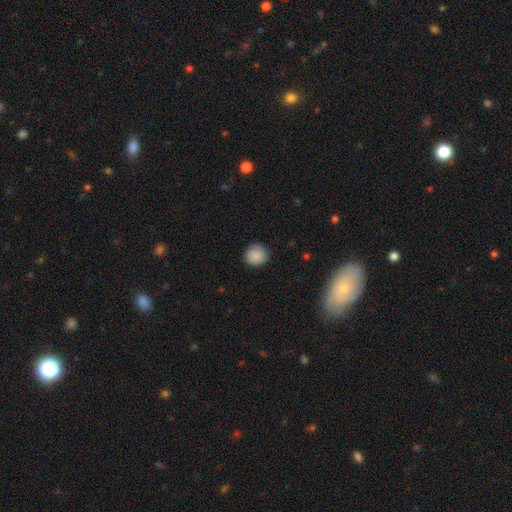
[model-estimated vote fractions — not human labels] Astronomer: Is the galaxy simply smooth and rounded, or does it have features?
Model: smooth — 88%.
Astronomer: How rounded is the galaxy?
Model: round — 90%.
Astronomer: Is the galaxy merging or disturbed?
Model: none — 88%.